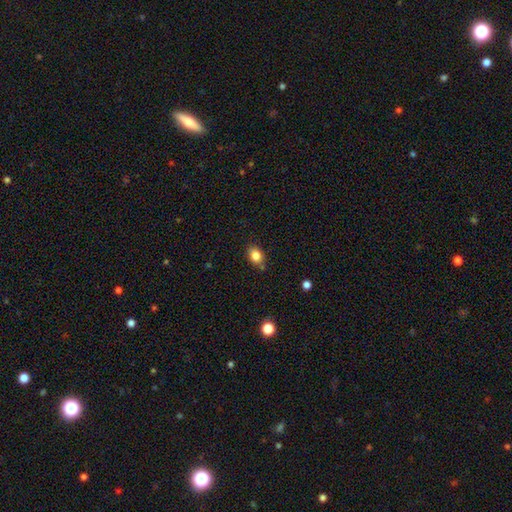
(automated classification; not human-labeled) This is clearly a smooth galaxy (83%). How rounded: likely in between (61%). Merging: likely none (76%).